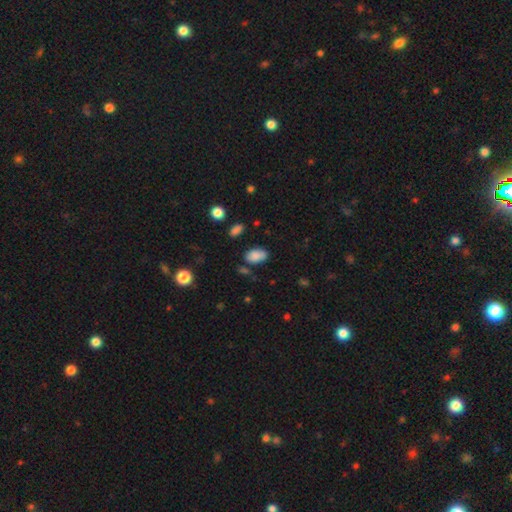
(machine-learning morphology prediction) A smooth galaxy with no disk features (85%) that is in between round and cigar-shaped (93%).

Vote fractions:
- Smooth or featured? smooth: 85% / star or artifact: 9% / featured or disk: 6%
- How rounded? in between: 93% / round: 6% / cigar-shaped: 2%
- Merging? none: 72% / minor disturbance: 18% / merger: 5% / major disturbance: 4%